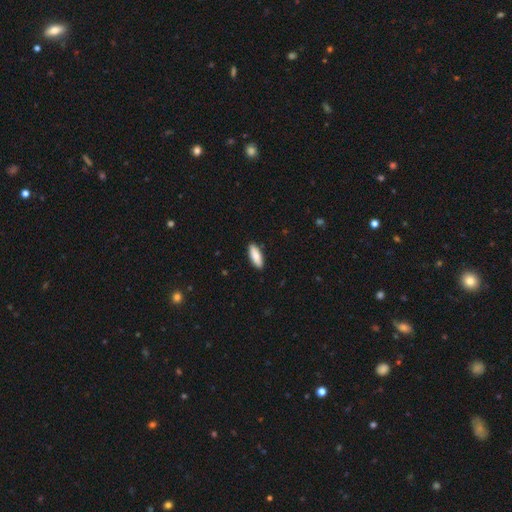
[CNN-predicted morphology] Smooth or featured: smooth — 85% (featured or disk — 9%)
How rounded: in between — 63% (cigar-shaped — 36%)
Merging: none — 90% (minor disturbance — 8%)